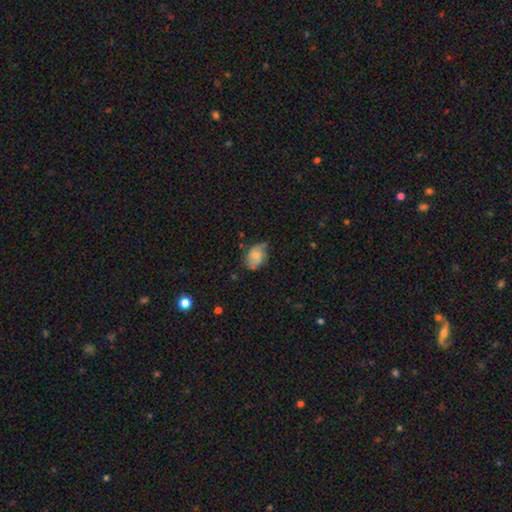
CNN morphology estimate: This appears to be a smooth galaxy with no disk features (47%). Merging: none (51%).